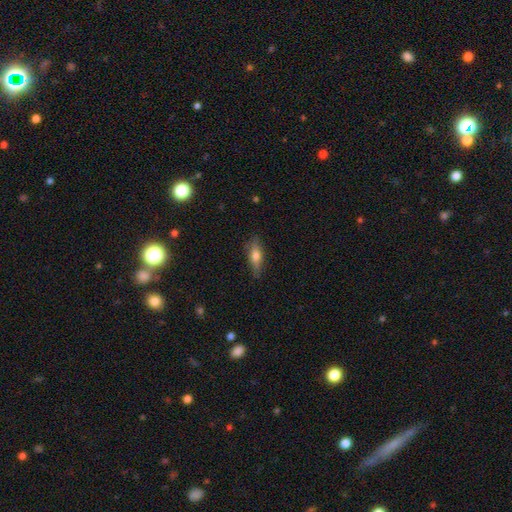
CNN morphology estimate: type=smooth (53%); roundness=cigar-shaped (51%); merging=none (82%).